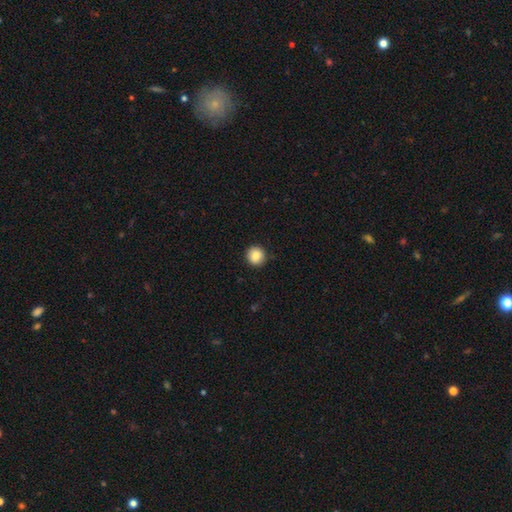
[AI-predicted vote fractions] Smooth or featured? smooth (86%)
How rounded? round (92%)
Merging? none (90%)